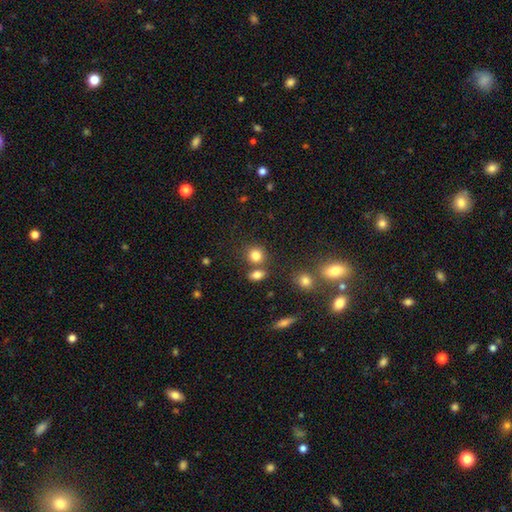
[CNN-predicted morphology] smooth_or_featured: smooth (p=0.81) [alt: star or artifact p=0.12]
how_rounded: round (p=0.79) [alt: in between p=0.20]
merging: none (p=0.66) [alt: merger p=0.20]